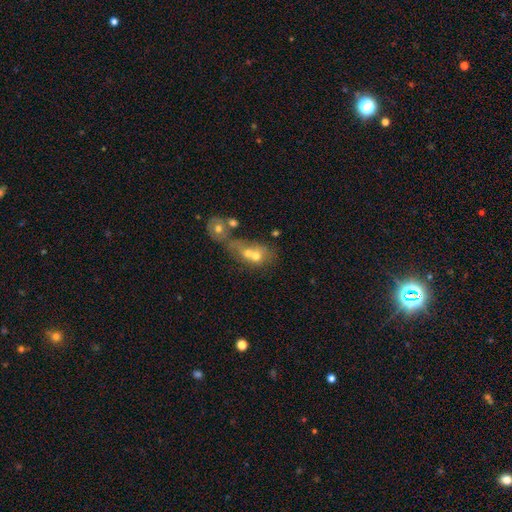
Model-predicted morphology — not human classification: Q: Smooth or featured?
A: smooth (58%); runner-up: featured or disk (30%)
Q: How rounded?
A: round (52%); runner-up: in between (45%)
Q: Merging?
A: merger (69%); runner-up: none (17%)